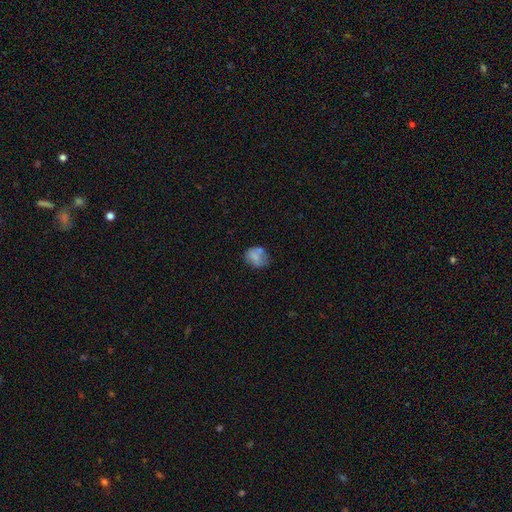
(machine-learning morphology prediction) Q: Smooth or featured?
A: smooth (69%); runner-up: featured or disk (21%)
Q: How rounded?
A: round (52%); runner-up: in between (47%)
Q: Merging?
A: none (51%); runner-up: minor disturbance (26%)